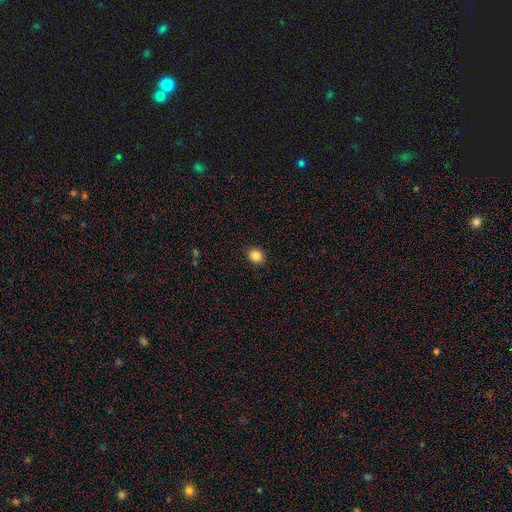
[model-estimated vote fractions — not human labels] smooth_or_featured: smooth (p=0.86) [alt: star or artifact p=0.10]
how_rounded: round (p=0.64) [alt: in between p=0.35]
merging: none (p=0.90) [alt: minor disturbance p=0.07]